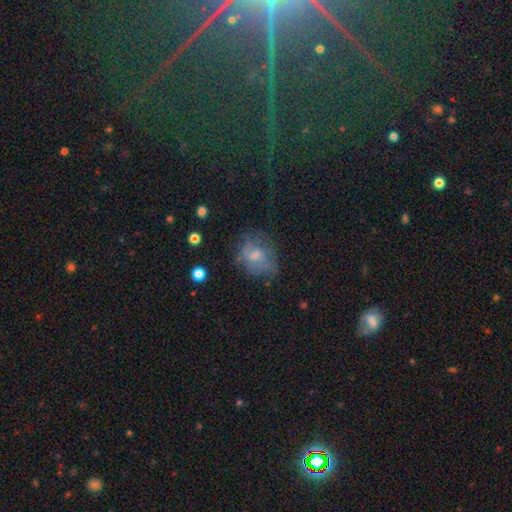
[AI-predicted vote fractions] Smooth or featured? Predicted: smooth (p=0.52). How rounded? Predicted: round (p=0.51). Merging? Predicted: none (p=0.59).